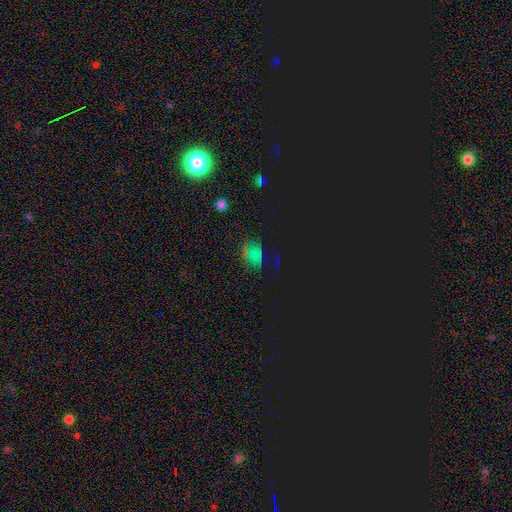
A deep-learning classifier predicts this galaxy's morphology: Q: Smooth or featured?
A: star or artifact (52%); runner-up: smooth (39%)